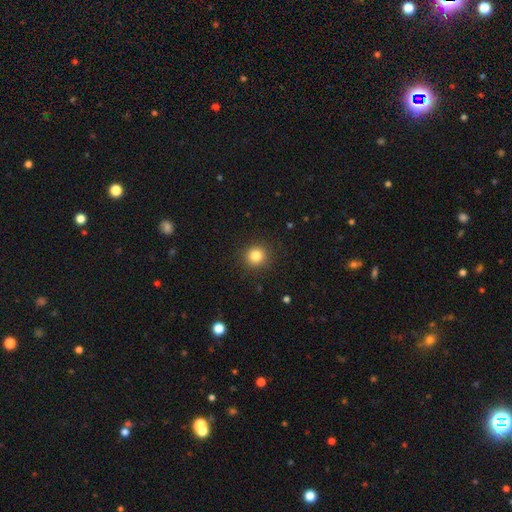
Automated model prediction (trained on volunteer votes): smooth 83%, star or artifact 12%, featured or disk 6%. Down the decision tree: how rounded — round (92%); merging — none (91%).